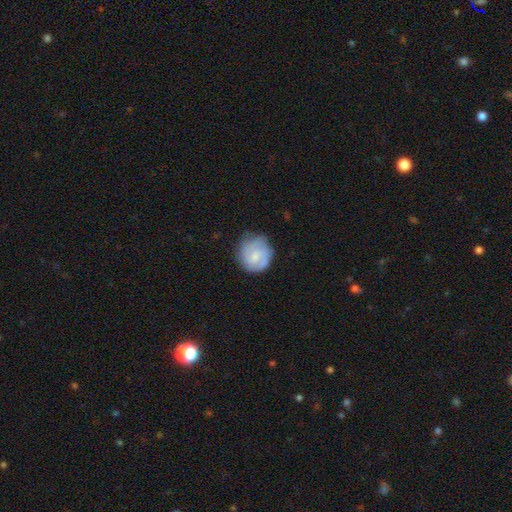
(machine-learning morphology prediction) A smooth galaxy with no disk features (55%) that is round (83%). Merging: none (60%).